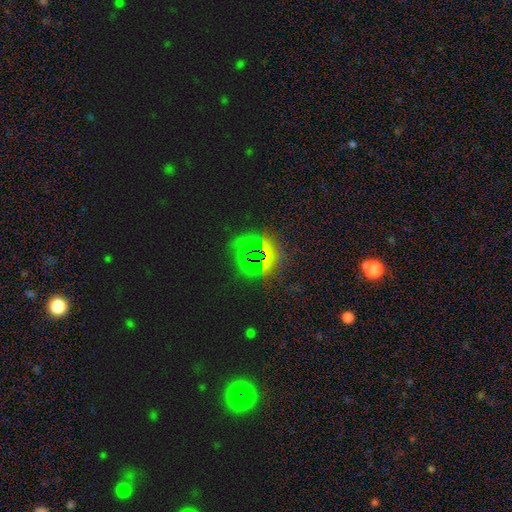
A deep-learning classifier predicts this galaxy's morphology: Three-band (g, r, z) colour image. It shows a star or artifact, not a galaxy (80%).